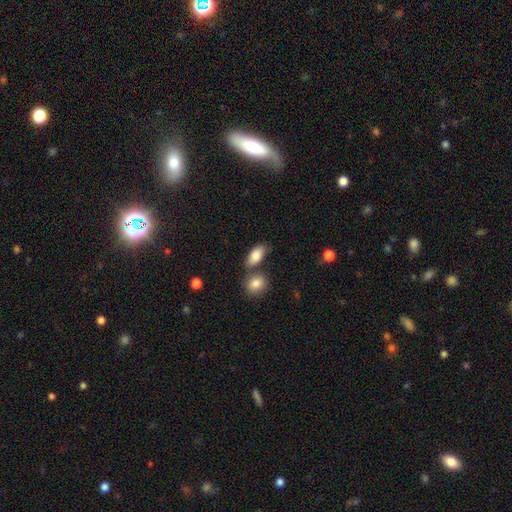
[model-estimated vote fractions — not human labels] Smooth or featured: smooth — 86% (featured or disk — 8%)
How rounded: in between — 89% (round — 6%)
Merging: none — 58% (merger — 24%)